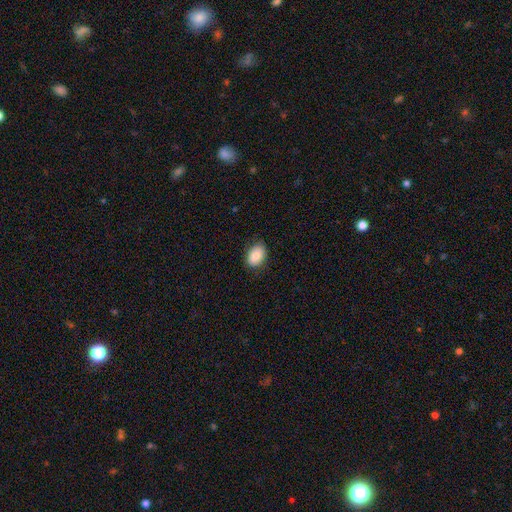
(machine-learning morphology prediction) Overall: smooth (84%). How rounded: in between (81%). Merging: none (83%).